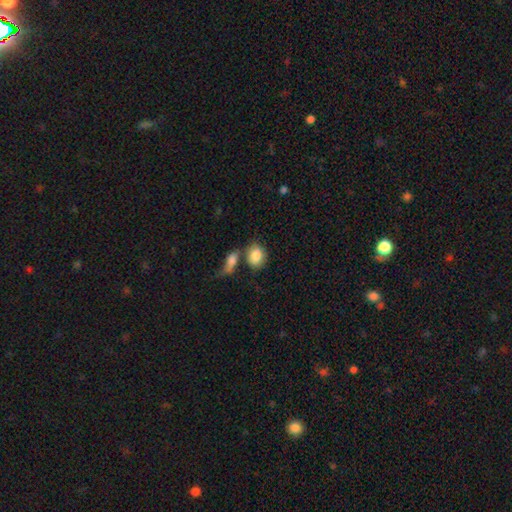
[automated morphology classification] This appears to be a smooth galaxy with no disk features (84%) that is in between round and cigar-shaped (54%). Merging: none (43%).